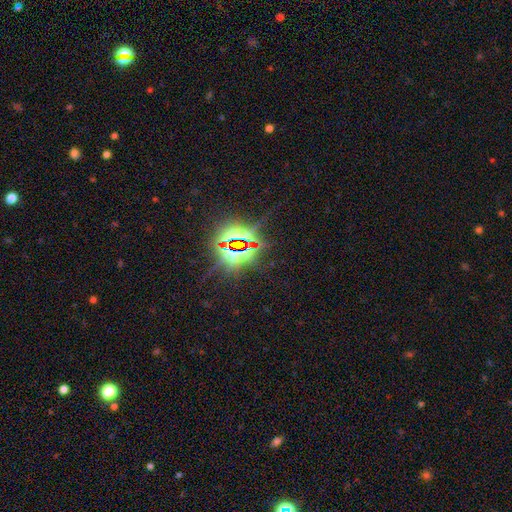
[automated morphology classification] A star or artifact, not a galaxy (86%).

Vote fractions:
- Smooth or featured? star or artifact: 86% / smooth: 7% / featured or disk: 7%